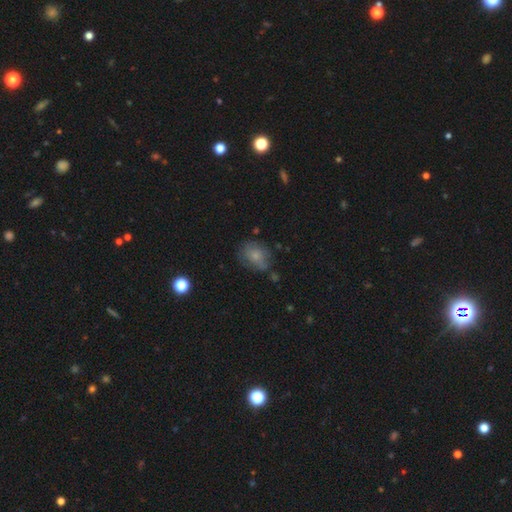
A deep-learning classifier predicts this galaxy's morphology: A smooth galaxy with no disk features (68%) that is in between round and cigar-shaped (59%). Merging: none (56%).